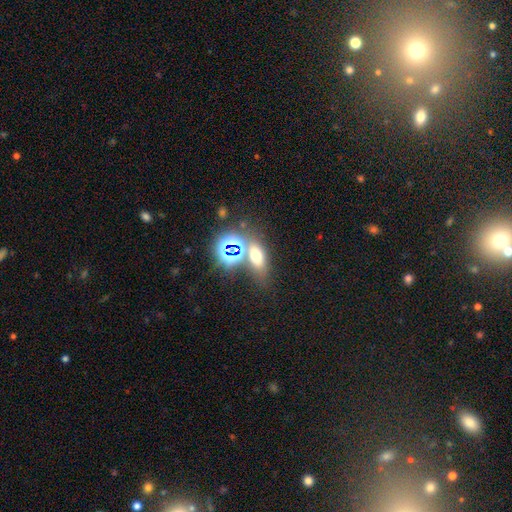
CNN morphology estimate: This appears to be a smooth galaxy with no disk features (53%) that is in between round and cigar-shaped (65%). Merging: none (62%).